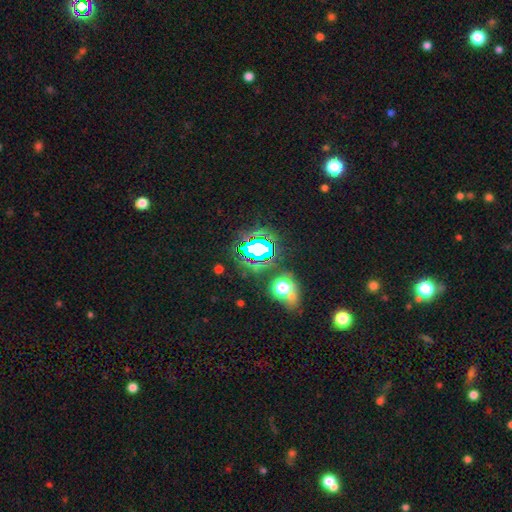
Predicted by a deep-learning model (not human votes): This appears to be a star or artifact, not a galaxy (73%).